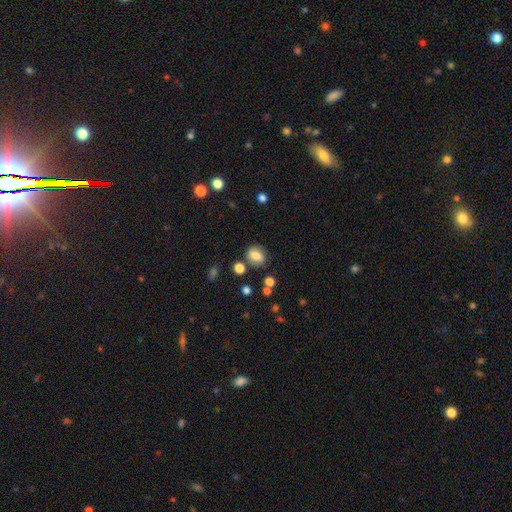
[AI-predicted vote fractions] Overall: smooth (65%). How rounded: round (51%; in between 47%). Merging: none (70%).